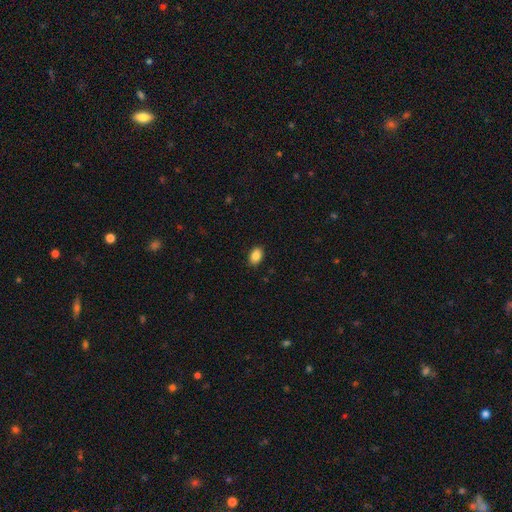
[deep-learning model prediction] This is clearly a smooth galaxy (88%). How rounded: clearly in between (85%). Merging: clearly none (89%).